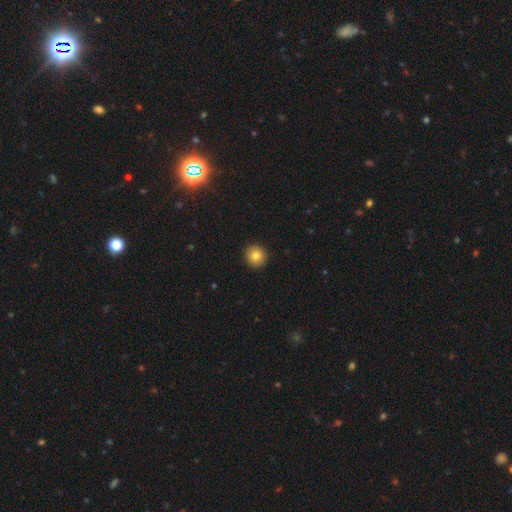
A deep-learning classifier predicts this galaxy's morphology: smooth 82%, star or artifact 10%, featured or disk 8%. Down the decision tree: how rounded — round (94%); merging — none (93%).